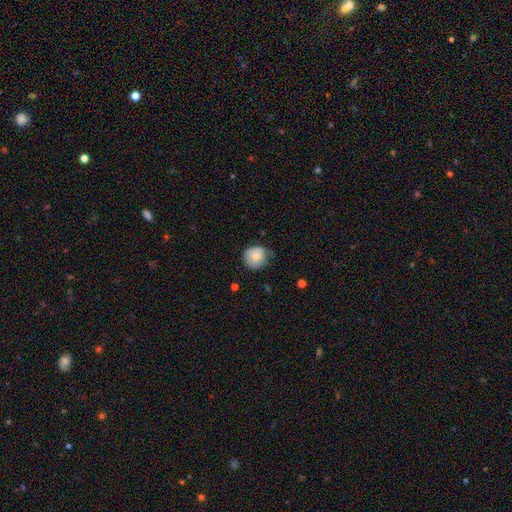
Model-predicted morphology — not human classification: type=smooth (73%); roundness=round (84%); merging=none (54%).